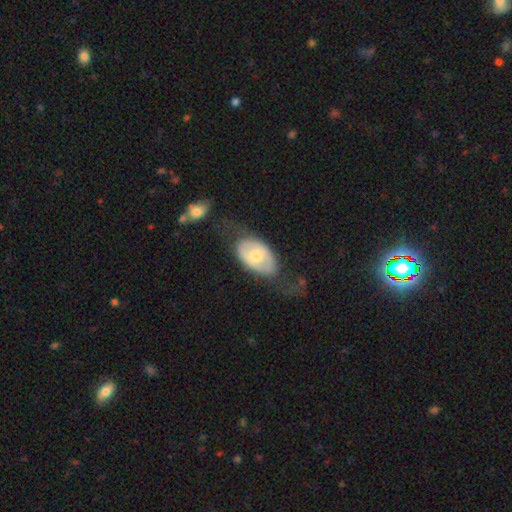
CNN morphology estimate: type=smooth (49%); merging=none (48%).